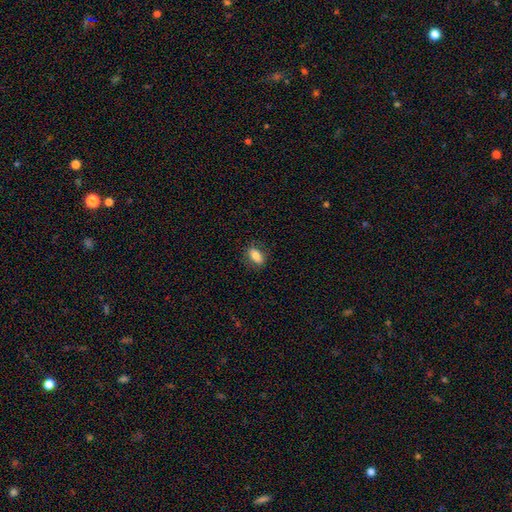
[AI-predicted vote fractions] Smooth or featured?
  - smooth: 77% *
  - featured or disk: 15%
  - star or artifact: 8%
How rounded?
  - in between: 83% *
  - cigar-shaped: 8%
  - round: 8%
Merging?
  - none: 83% *
  - minor disturbance: 13%
  - major disturbance: 3%
  - merger: 1%